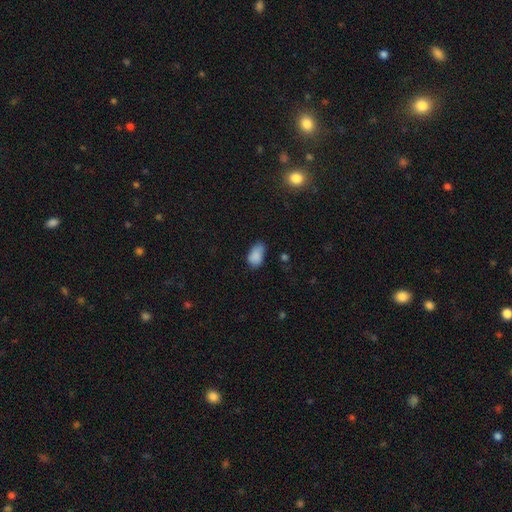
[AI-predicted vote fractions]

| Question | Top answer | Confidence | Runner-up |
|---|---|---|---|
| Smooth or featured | smooth | 86% | star or artifact (9%) |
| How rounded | in between | 91% | round (8%) |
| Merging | none | 55% | minor disturbance (35%) |